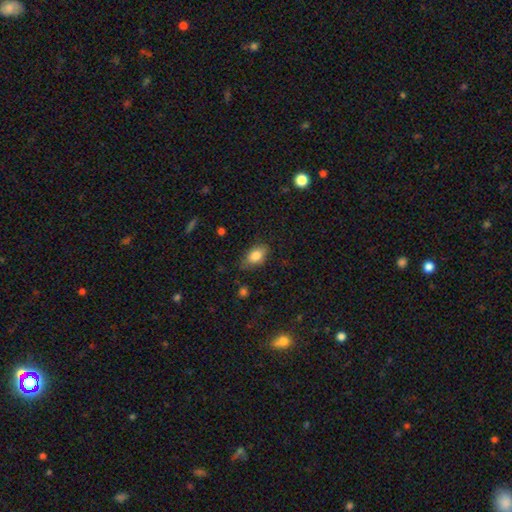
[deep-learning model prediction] Smooth or featured: smooth — 82% (featured or disk — 10%)
How rounded: in between — 87% (round — 9%)
Merging: none — 74% (minor disturbance — 20%)